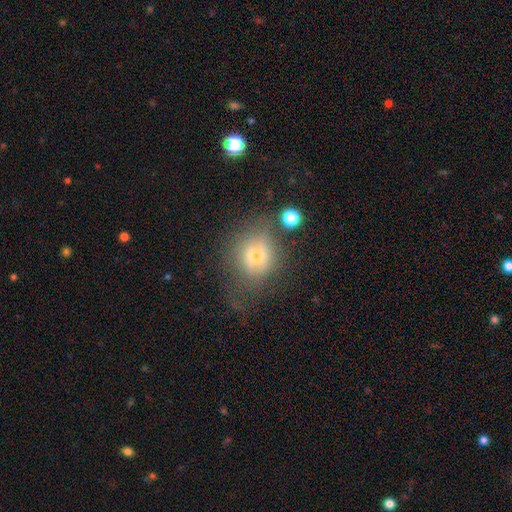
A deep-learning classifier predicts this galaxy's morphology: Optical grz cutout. It shows a smooth galaxy with no disk features (51%) that is round (70%). Merging: none (50%).